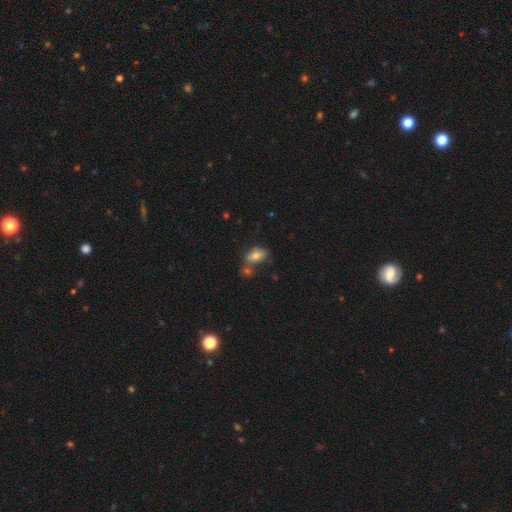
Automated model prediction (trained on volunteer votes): The model was most divided on "merging": none: 46%, merger: 31%, minor disturbance: 16%, major disturbance: 6%. More confident: how rounded — in between (86%); smooth or featured — smooth (74%).